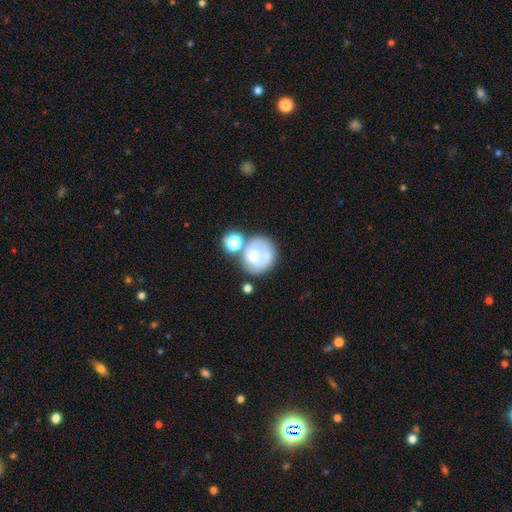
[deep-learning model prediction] Smooth or featured? smooth (57%)
How rounded? round (82%)
Merging? none (45%)